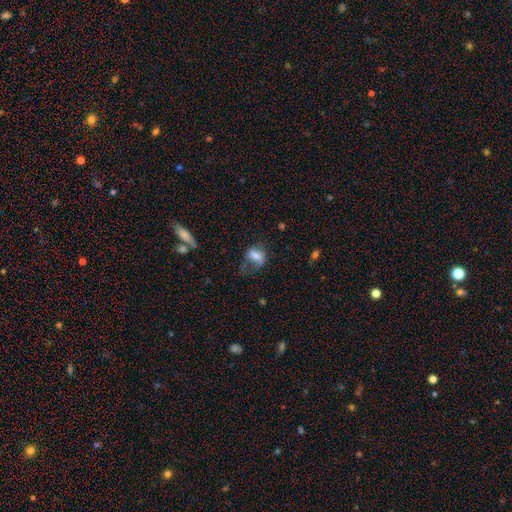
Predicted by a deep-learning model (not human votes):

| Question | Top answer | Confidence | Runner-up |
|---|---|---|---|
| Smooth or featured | smooth | 67% | featured or disk (23%) |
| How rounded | in between | 76% | round (20%) |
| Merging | none | 38% | major disturbance (30%) |